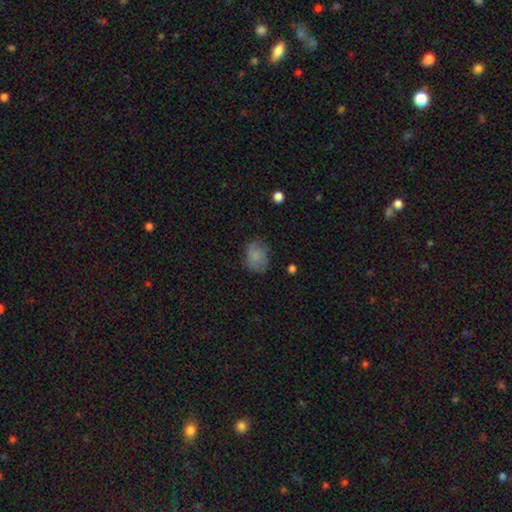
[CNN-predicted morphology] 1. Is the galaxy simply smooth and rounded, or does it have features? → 77% smooth, 15% featured or disk, 9% star or artifact.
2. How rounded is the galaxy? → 50% in between, 49% round, 1% cigar-shaped.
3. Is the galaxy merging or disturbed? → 67% none, 24% minor disturbance, 8% major disturbance, 1% merger.